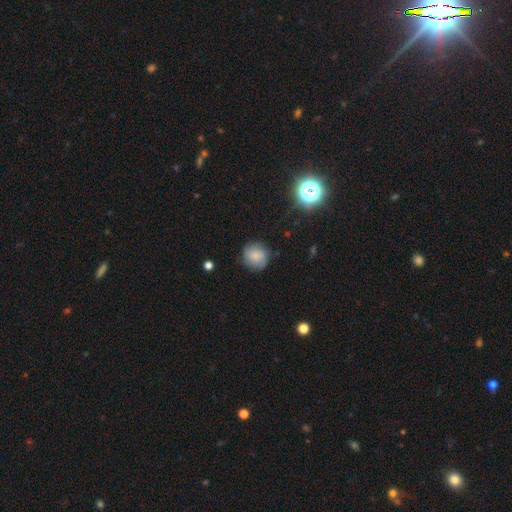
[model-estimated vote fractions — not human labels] smooth 69%, featured or disk 20%, star or artifact 11%. Down the decision tree: how rounded — round (88%); merging — none (79%).